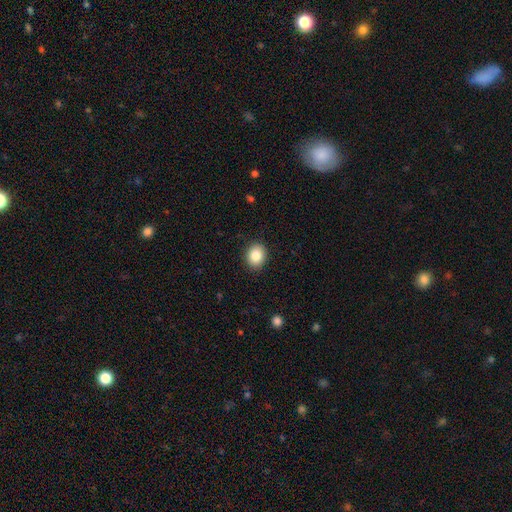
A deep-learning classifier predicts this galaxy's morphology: type=smooth (84%); roundness=round (57%); merging=none (90%).